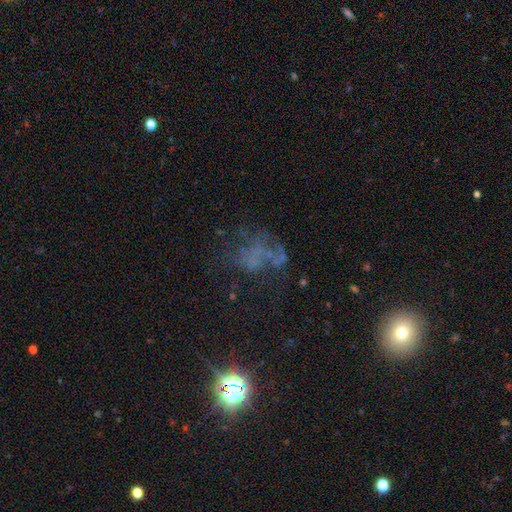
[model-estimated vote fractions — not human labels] Overall: featured or disk (42%; star or artifact 37%). Merging: none (41%; major disturbance 36%).